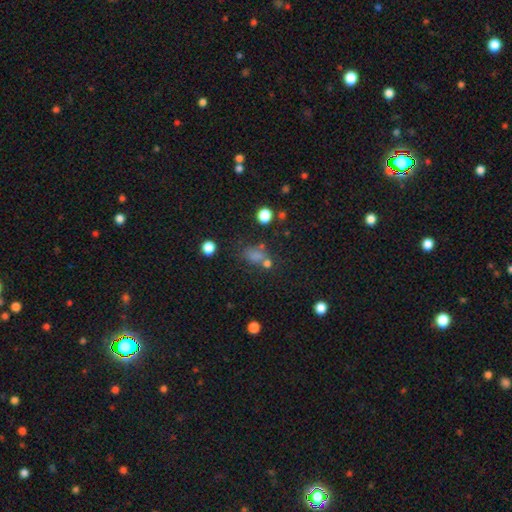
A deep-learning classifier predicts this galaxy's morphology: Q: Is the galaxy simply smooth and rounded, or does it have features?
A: smooth — 58%.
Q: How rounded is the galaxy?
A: in between — 59%.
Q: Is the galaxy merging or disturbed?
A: none — 57%.